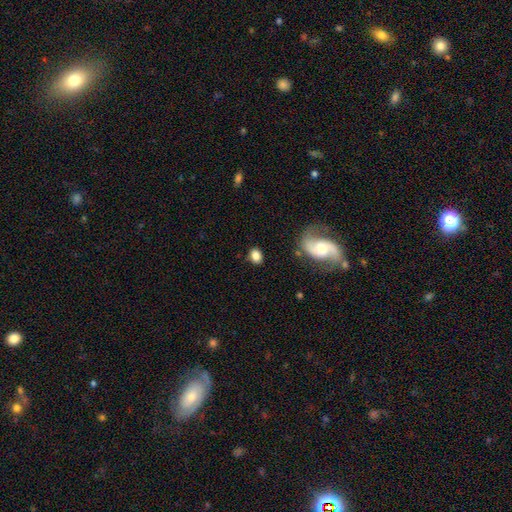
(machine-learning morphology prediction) Overall: smooth (79%). How rounded: in between (60%; round 38%). Merging: none (80%).